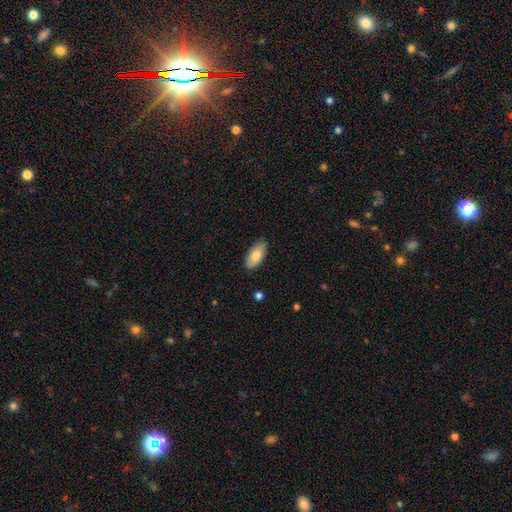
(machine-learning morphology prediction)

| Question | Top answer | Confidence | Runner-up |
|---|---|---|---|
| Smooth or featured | smooth | 79% | featured or disk (15%) |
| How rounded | in between | 92% | cigar-shaped (5%) |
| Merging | none | 86% | minor disturbance (11%) |